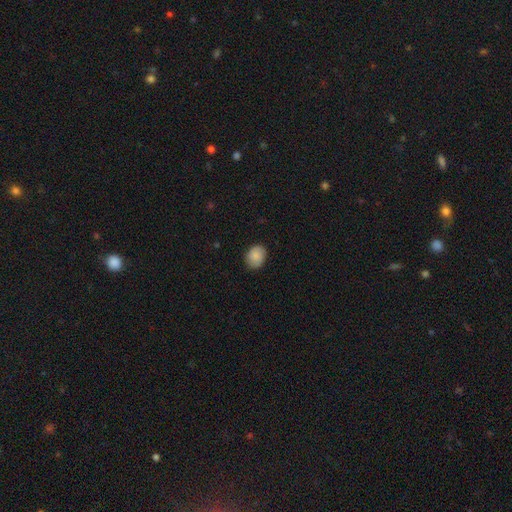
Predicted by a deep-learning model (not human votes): Smooth or featured: smooth — 88% (star or artifact — 7%)
How rounded: round — 54% (in between — 45%)
Merging: none — 85% (minor disturbance — 12%)